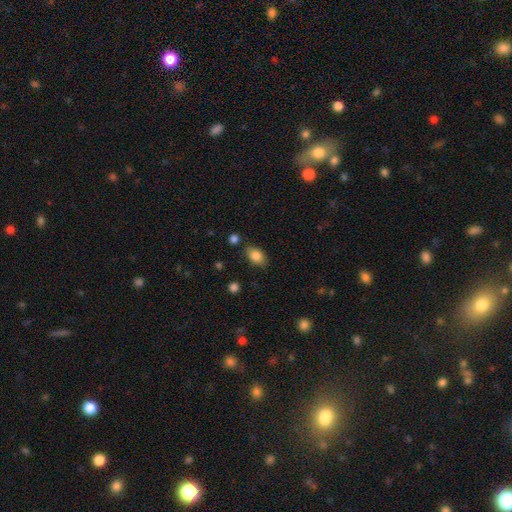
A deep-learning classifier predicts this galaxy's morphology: Smooth or featured? smooth (85%)
How rounded? in between (86%)
Merging? none (80%)